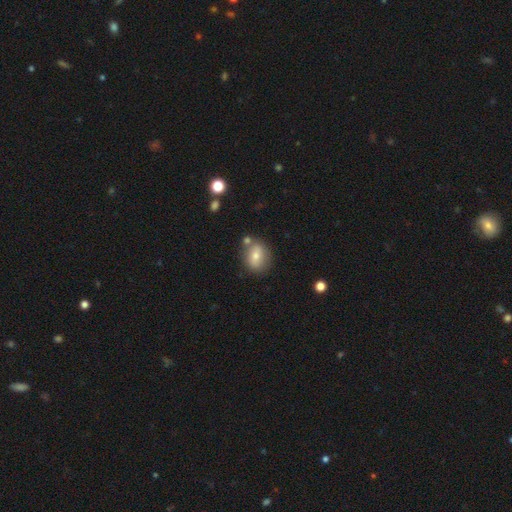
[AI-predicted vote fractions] smooth_or_featured: smooth (p=0.69) [alt: featured or disk p=0.23]
how_rounded: in between (p=0.50) [alt: round p=0.48]
merging: none (p=0.69) [alt: minor disturbance p=0.14]